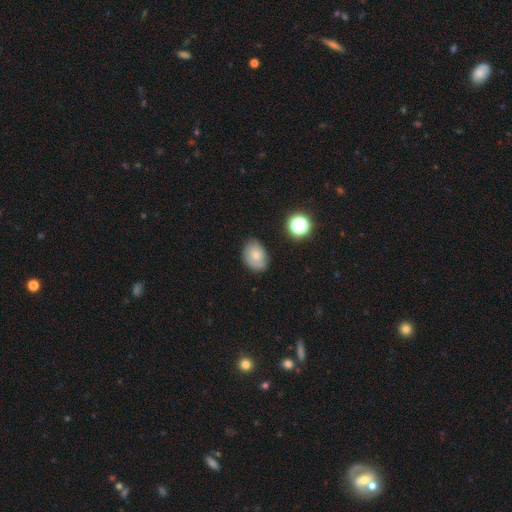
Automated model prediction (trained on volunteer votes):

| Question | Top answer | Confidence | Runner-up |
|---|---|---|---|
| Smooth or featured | smooth | 68% | featured or disk (20%) |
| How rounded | in between | 71% | round (28%) |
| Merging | none | 75% | minor disturbance (19%) |